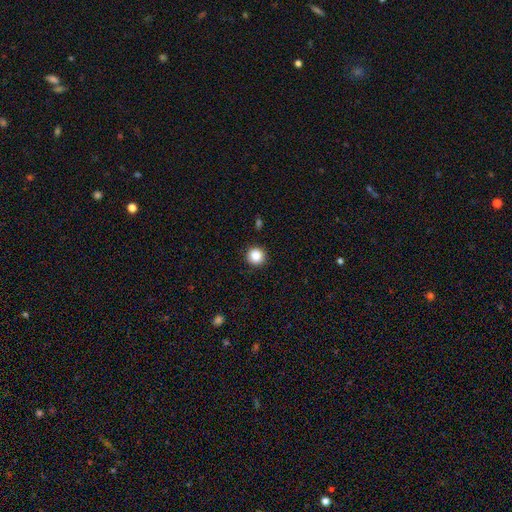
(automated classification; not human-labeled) smooth-or-featured: smooth: 87% | star or artifact: 10% | featured or disk: 3%
  how-rounded: round: 94% | in between: 5% | cigar-shaped: 1%
  merging: none: 92% | minor disturbance: 5% | major disturbance: 2% | merger: 1%